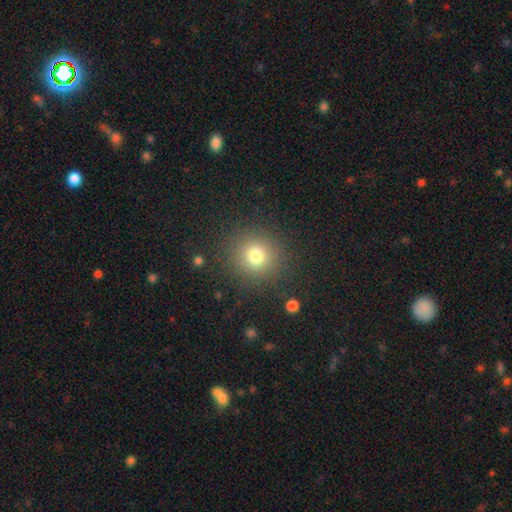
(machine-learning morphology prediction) smooth-or-featured: smooth: 75% | star or artifact: 16% | featured or disk: 9%
  how-rounded: round: 90% | in between: 9% | cigar-shaped: 1%
  merging: none: 87% | minor disturbance: 7% | major disturbance: 4% | merger: 2%